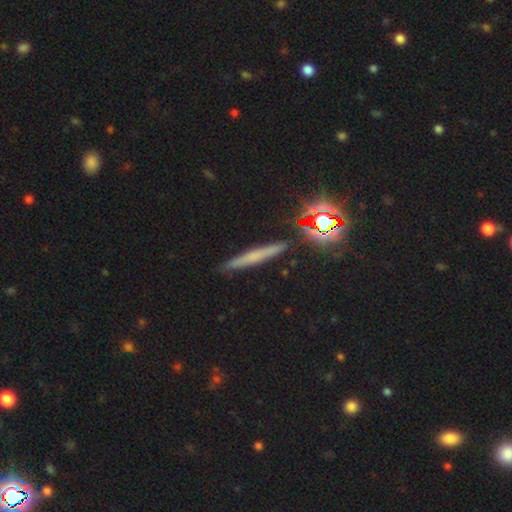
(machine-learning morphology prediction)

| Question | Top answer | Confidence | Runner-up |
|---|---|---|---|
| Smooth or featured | smooth | 46% | featured or disk (34%) |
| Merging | none | 89% | minor disturbance (8%) |